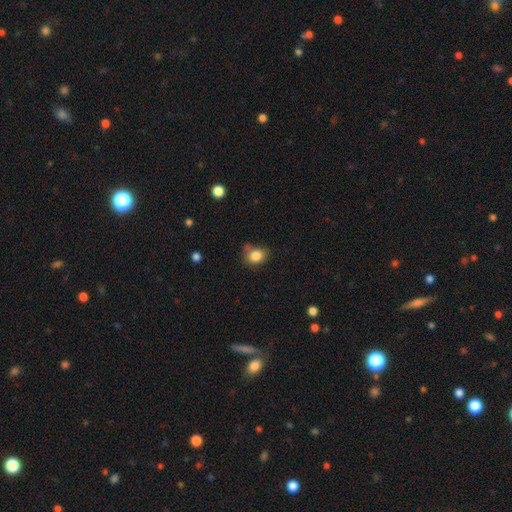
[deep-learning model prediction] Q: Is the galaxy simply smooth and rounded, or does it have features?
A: smooth — 83%.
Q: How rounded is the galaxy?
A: round — 52%.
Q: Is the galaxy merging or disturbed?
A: none — 63%.